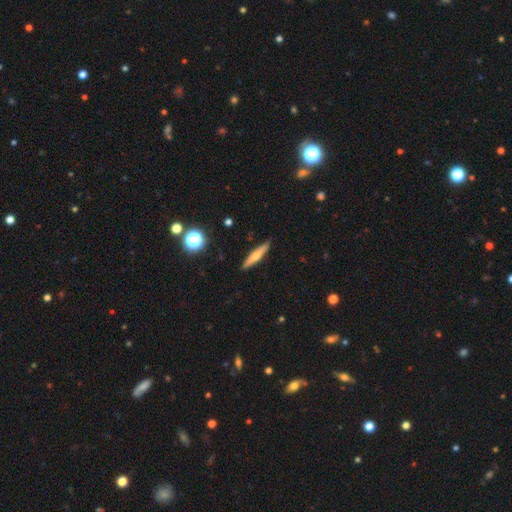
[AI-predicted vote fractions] featured or disk 47%, smooth 46%, star or artifact 7%. Down the decision tree: merging — none (90%).